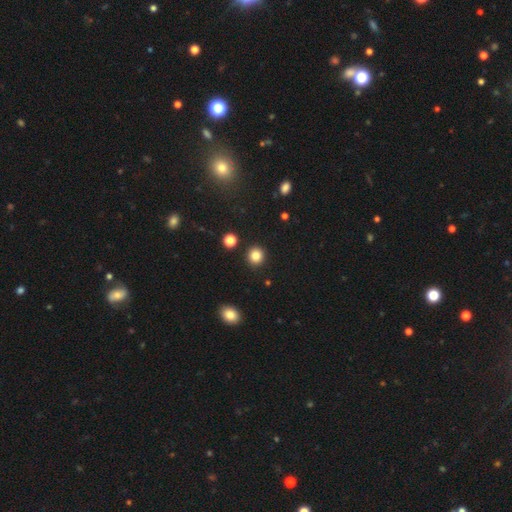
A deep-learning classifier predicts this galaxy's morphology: Overall: smooth (84%). How rounded: round (91%). Merging: none (92%).